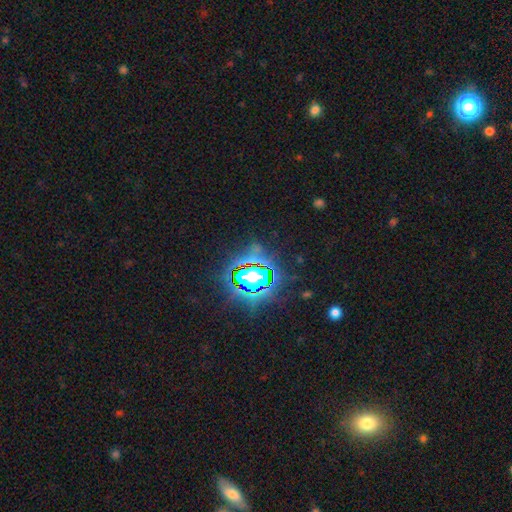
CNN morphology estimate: A star or artifact, not a galaxy (81%).